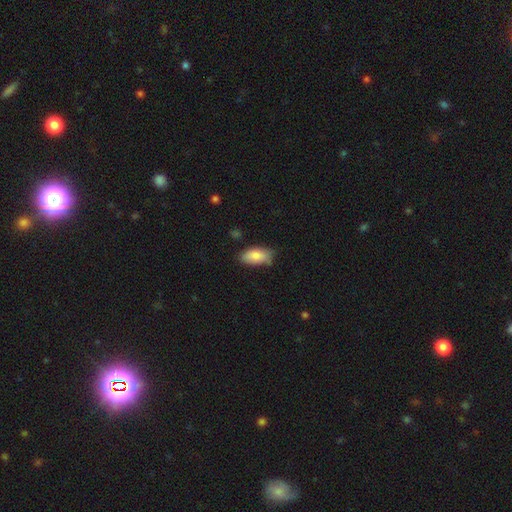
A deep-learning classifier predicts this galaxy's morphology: Smooth or featured? Predicted: smooth (p=0.83). How rounded? Predicted: in between (p=0.92). Merging? Predicted: none (p=0.70).